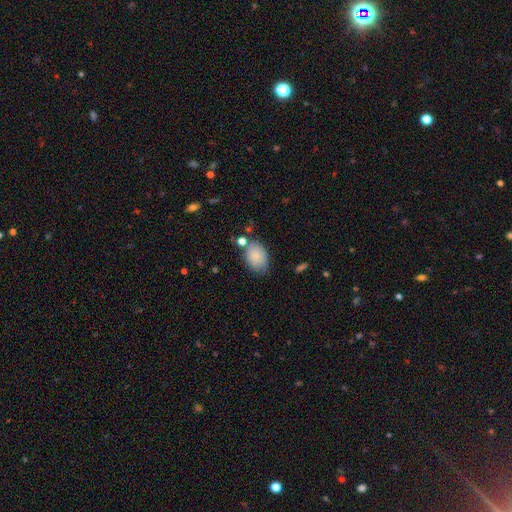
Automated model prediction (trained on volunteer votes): Smooth or featured?
  - smooth: 85% *
  - featured or disk: 8%
  - star or artifact: 7%
How rounded?
  - in between: 84% *
  - round: 15%
  - cigar-shaped: 1%
Merging?
  - none: 69% *
  - minor disturbance: 19%
  - merger: 7%
  - major disturbance: 5%